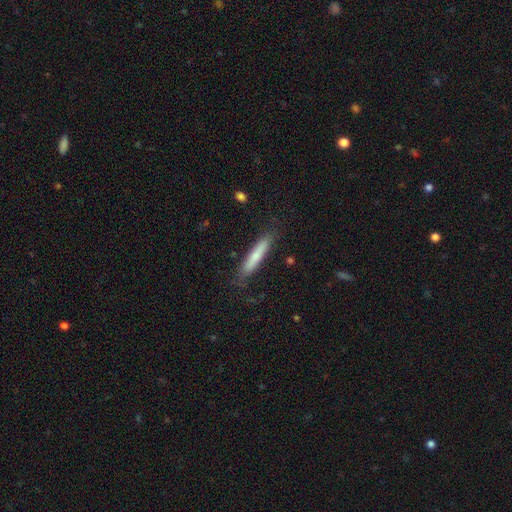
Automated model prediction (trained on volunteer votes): Smooth or featured? Predicted: smooth (p=0.64). How rounded? Predicted: cigar-shaped (p=0.92). Merging? Predicted: none (p=0.81).